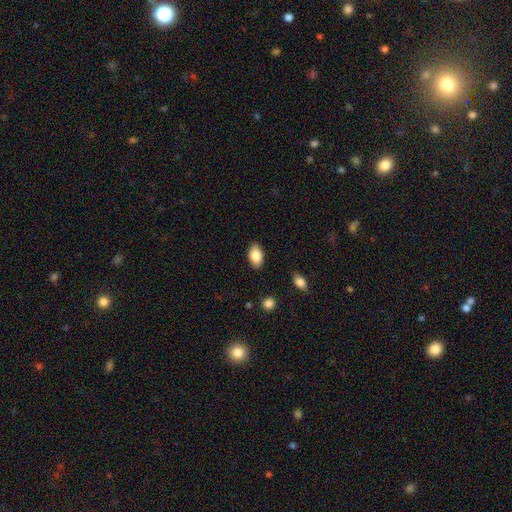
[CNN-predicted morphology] Smooth or featured?
  - smooth: 84% *
  - featured or disk: 8%
  - star or artifact: 7%
How rounded?
  - in between: 91% *
  - round: 8%
  - cigar-shaped: 2%
Merging?
  - none: 85% *
  - minor disturbance: 11%
  - major disturbance: 2%
  - merger: 1%